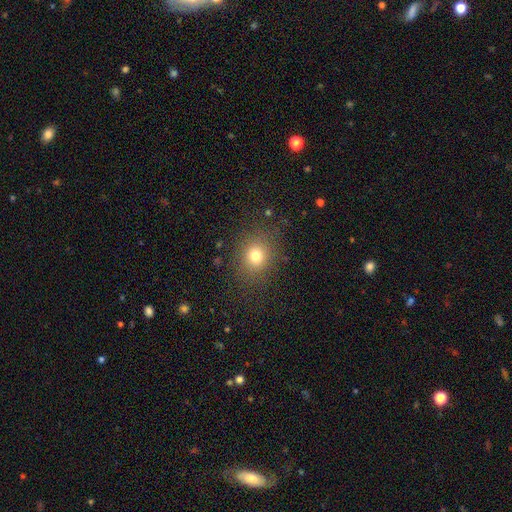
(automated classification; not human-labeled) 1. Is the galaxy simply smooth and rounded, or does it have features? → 75% smooth, 16% star or artifact, 9% featured or disk.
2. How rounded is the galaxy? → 76% round, 23% in between, 1% cigar-shaped.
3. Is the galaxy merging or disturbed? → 84% none, 10% minor disturbance, 5% major disturbance, 1% merger.